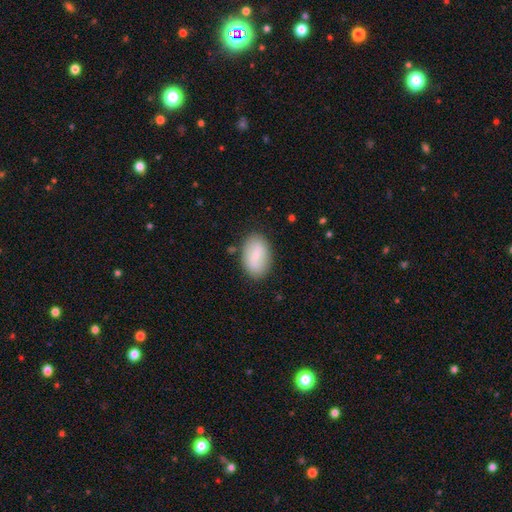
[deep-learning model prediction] This appears to be a smooth galaxy with no disk features (76%) that is in between round and cigar-shaped (91%). Merging: none (83%).